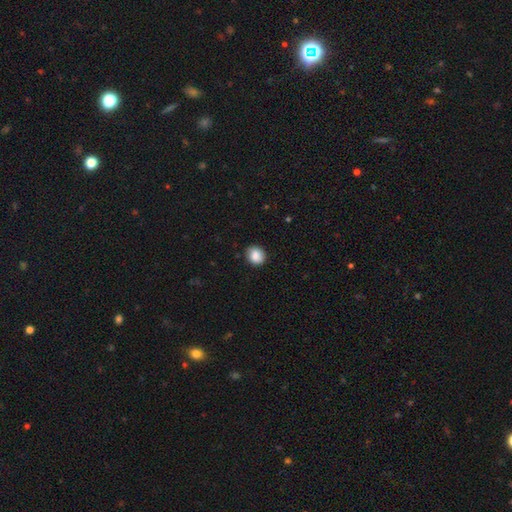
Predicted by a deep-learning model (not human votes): Overall: smooth (85%). How rounded: round (73%). Merging: none (86%).